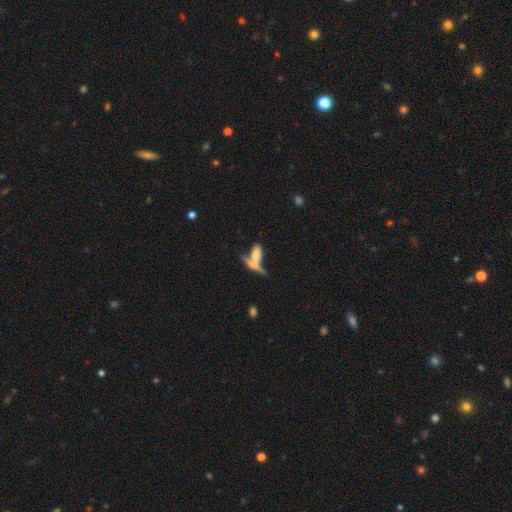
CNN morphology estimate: Overall: smooth (60%; featured or disk 30%). How rounded: in between (54%; cigar-shaped 40%). Merging: merger (54%; none 31%).